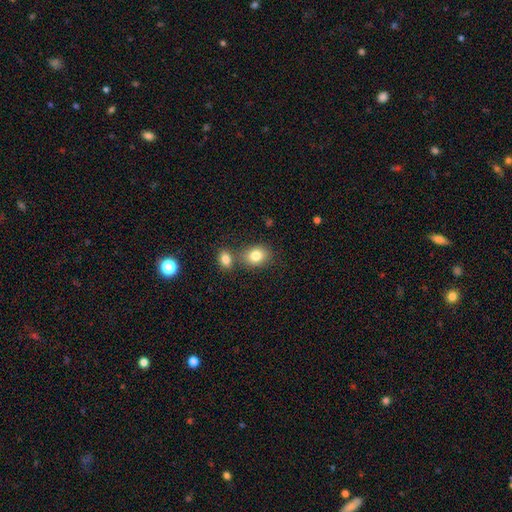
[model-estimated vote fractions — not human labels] Smooth or featured?
  - smooth: 82% *
  - star or artifact: 9%
  - featured or disk: 9%
How rounded?
  - in between: 60% *
  - round: 39%
  - cigar-shaped: 1%
Merging?
  - none: 60% *
  - merger: 25%
  - minor disturbance: 11%
  - major disturbance: 3%